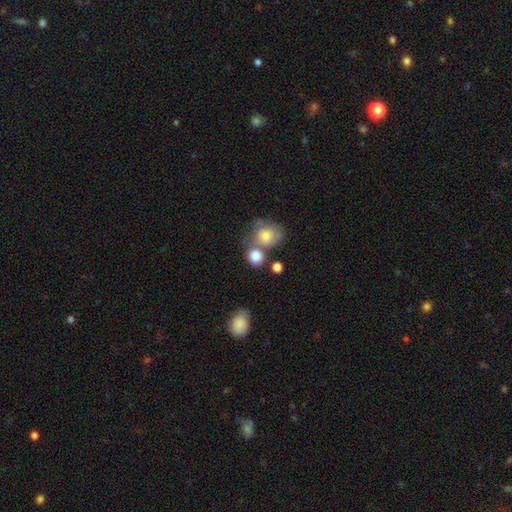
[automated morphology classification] This appears to be a smooth galaxy with no disk features (82%) that is round (75%). Merging: none (43%).